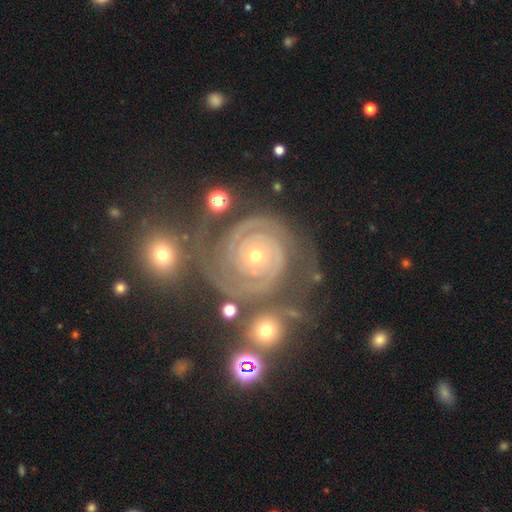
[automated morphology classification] Overall: featured or disk (91%). Edge-on disk: no (98%). Bar: no (81%). Spiral arms: yes (98%). Spiral arm count: 2 (69%). Spiral winding: tight (84%). Bulge size: small (59%; moderate 38%). Merging: none (69%).